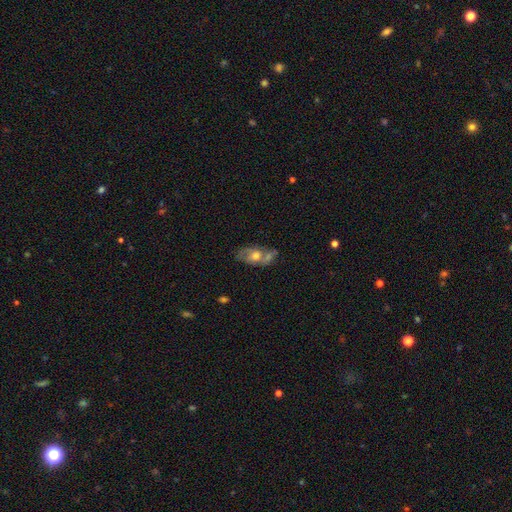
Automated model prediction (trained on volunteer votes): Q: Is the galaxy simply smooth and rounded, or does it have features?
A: featured or disk — 49%.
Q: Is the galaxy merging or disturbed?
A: none — 41%.